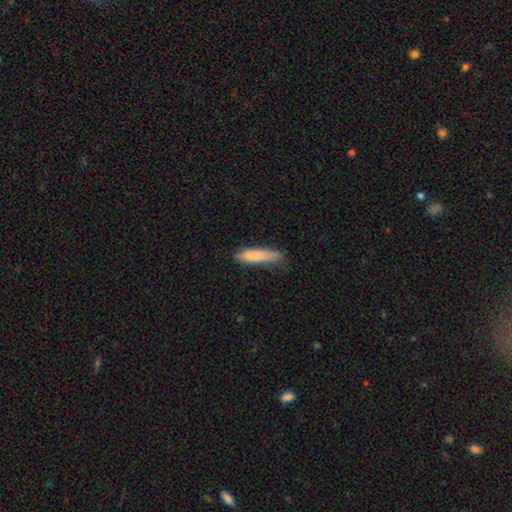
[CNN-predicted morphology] smooth-or-featured: smooth: 82% | featured or disk: 12% | star or artifact: 6%
  how-rounded: cigar-shaped: 74% | in between: 25% | round: 2%
  merging: none: 65% | minor disturbance: 28% | major disturbance: 6% | merger: 2%